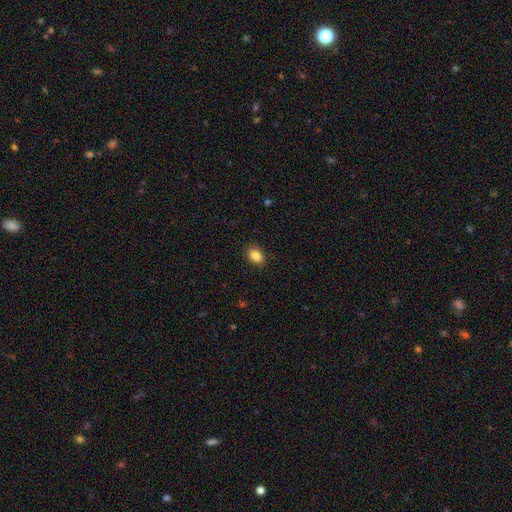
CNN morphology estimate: smooth_or_featured: smooth (p=0.86) [alt: star or artifact p=0.09]
how_rounded: in between (p=0.82) [alt: round p=0.17]
merging: none (p=0.89) [alt: minor disturbance p=0.08]